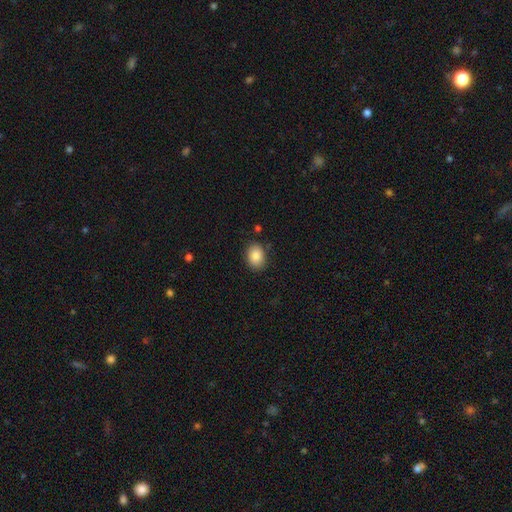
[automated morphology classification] This is clearly a smooth galaxy (86%). How rounded: likely in between (64%). Merging: clearly none (84%).